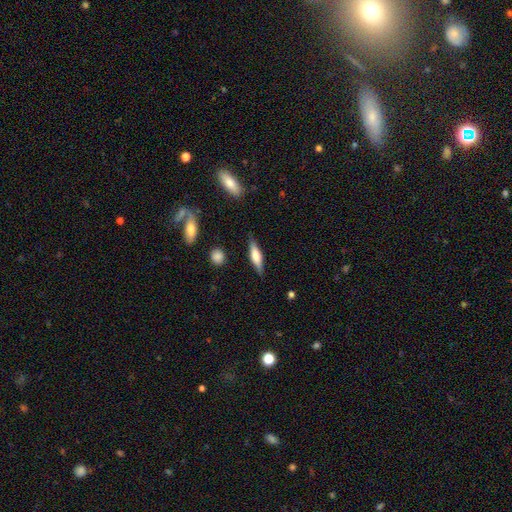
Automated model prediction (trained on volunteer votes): The model was most divided on "smooth or featured": smooth: 53%, featured or disk: 41%, star or artifact: 6%. More confident: merging — none (85%); how rounded — cigar-shaped (70%).